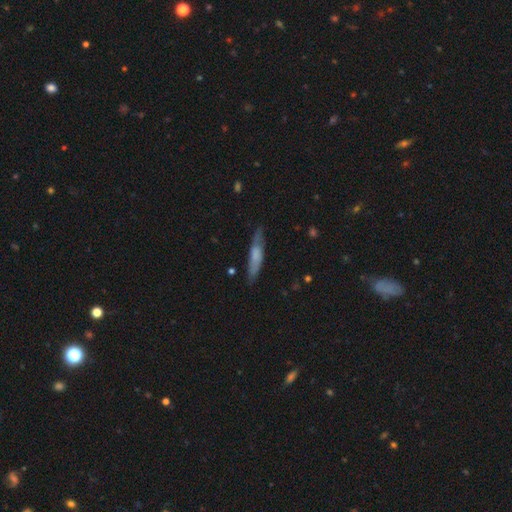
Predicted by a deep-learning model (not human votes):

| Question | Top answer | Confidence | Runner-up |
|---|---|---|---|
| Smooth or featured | smooth | 59% | featured or disk (35%) |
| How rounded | cigar-shaped | 81% | in between (17%) |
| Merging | none | 74% | minor disturbance (19%) |